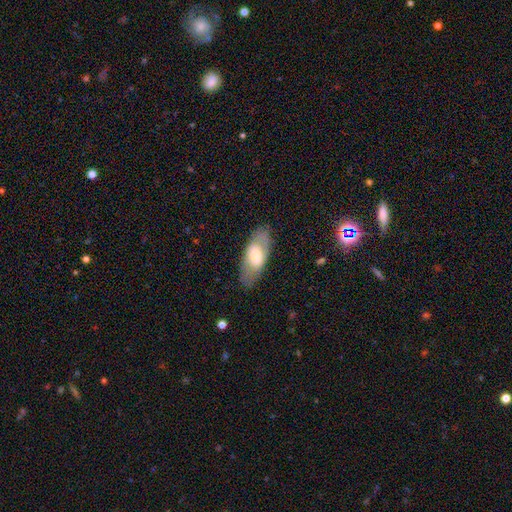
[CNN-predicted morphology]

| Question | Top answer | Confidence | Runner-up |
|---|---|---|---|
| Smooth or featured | smooth | 53% | featured or disk (41%) |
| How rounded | in between | 83% | cigar-shaped (15%) |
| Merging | none | 80% | minor disturbance (13%) |